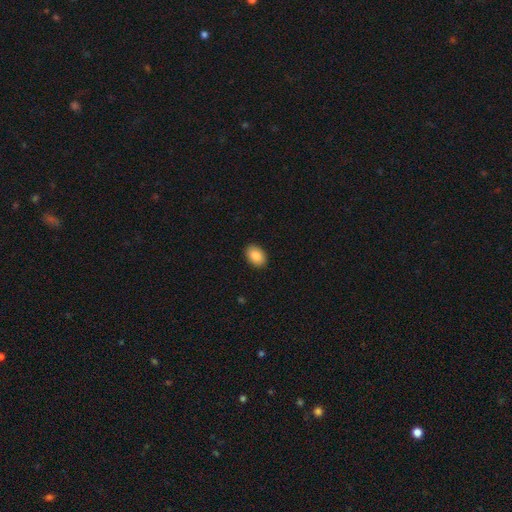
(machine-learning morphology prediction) smooth-or-featured: smooth: 87% | star or artifact: 7% | featured or disk: 6%
  how-rounded: in between: 85% | round: 14% | cigar-shaped: 1%
  merging: none: 91% | minor disturbance: 7% | major disturbance: 2% | merger: 1%